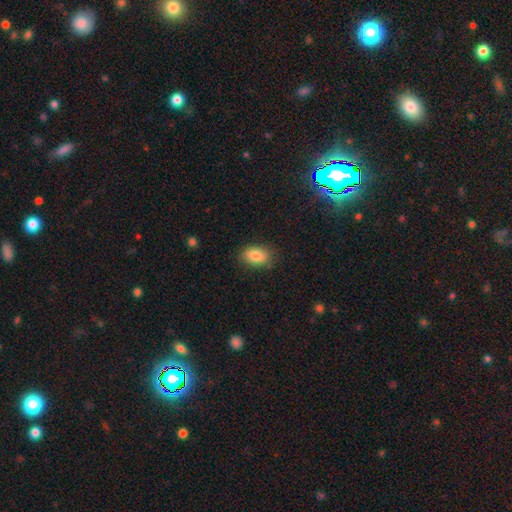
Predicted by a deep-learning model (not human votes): Smooth or featured? Predicted: smooth (p=0.84). How rounded? Predicted: in between (p=0.87). Merging? Predicted: none (p=0.80).